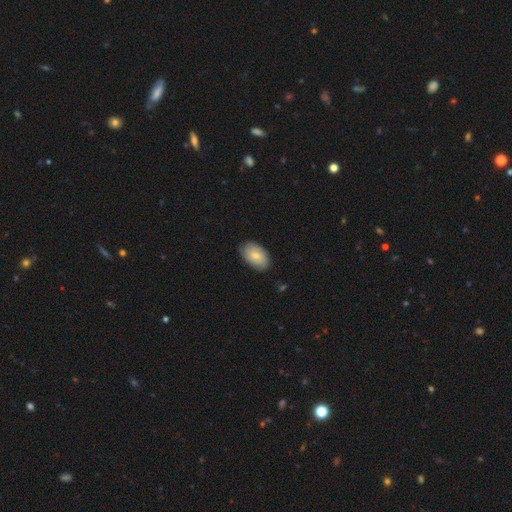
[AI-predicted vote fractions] This appears to be a smooth galaxy with no disk features (74%) that is in between round and cigar-shaped (91%). Merging: none (81%).